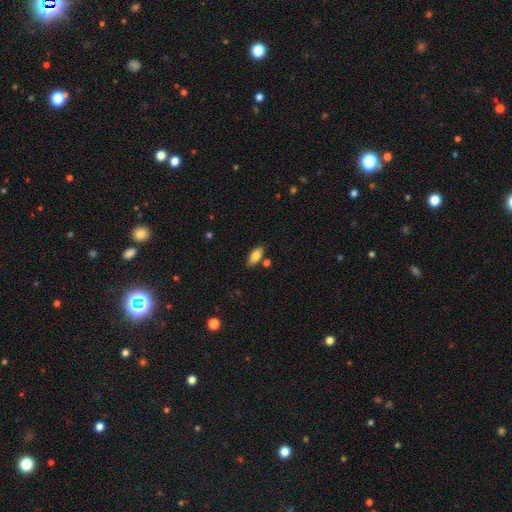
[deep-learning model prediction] This appears to be a smooth galaxy with no disk features (82%) that is in between round and cigar-shaped (88%). Merging: none (79%).